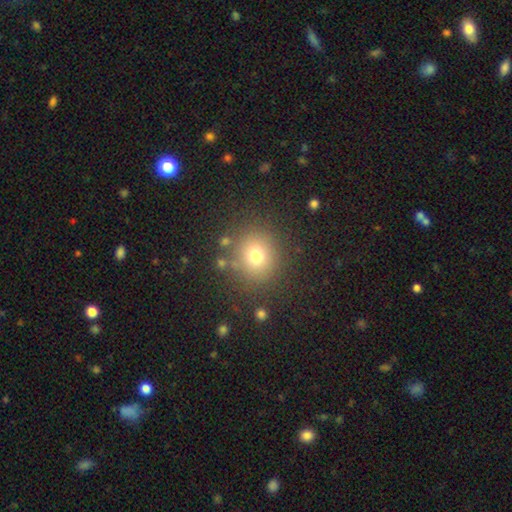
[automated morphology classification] A smooth galaxy with no disk features (73%) that is round (87%).

Vote fractions:
- Smooth or featured? smooth: 73% / star or artifact: 17% / featured or disk: 10%
- How rounded? round: 87% / in between: 12% / cigar-shaped: 1%
- Merging? none: 84% / minor disturbance: 9% / major disturbance: 4% / merger: 3%